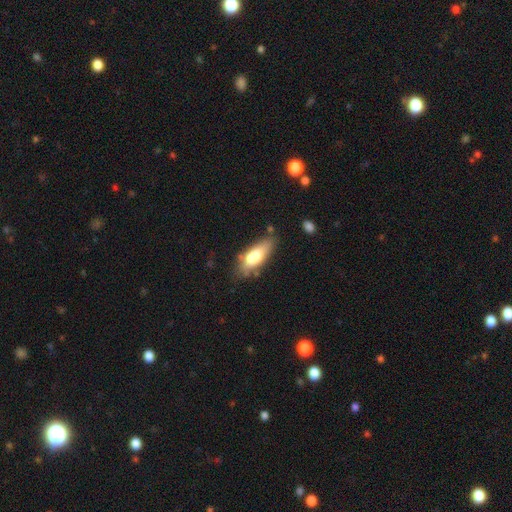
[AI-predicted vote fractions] smooth 62%, featured or disk 30%, star or artifact 8%. Down the decision tree: how rounded — in between (69%); merging — none (56%).